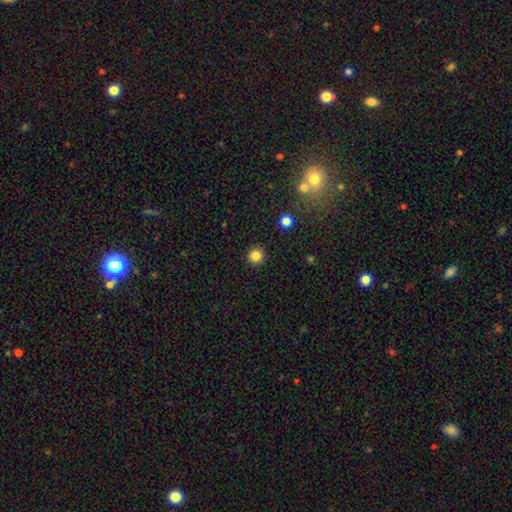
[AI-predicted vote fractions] A smooth galaxy with no disk features (83%) that is round (95%).

Vote fractions:
- Smooth or featured? smooth: 83% / star or artifact: 12% / featured or disk: 4%
- How rounded? round: 95% / in between: 4% / cigar-shaped: 1%
- Merging? none: 93% / minor disturbance: 5% / major disturbance: 2% / merger: 1%